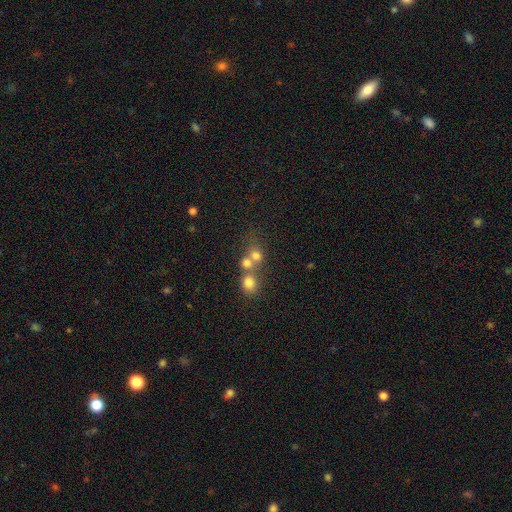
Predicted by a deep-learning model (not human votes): This is likely a smooth galaxy (71%). How rounded: likely round (76%). Merging: possibly merger (55%).